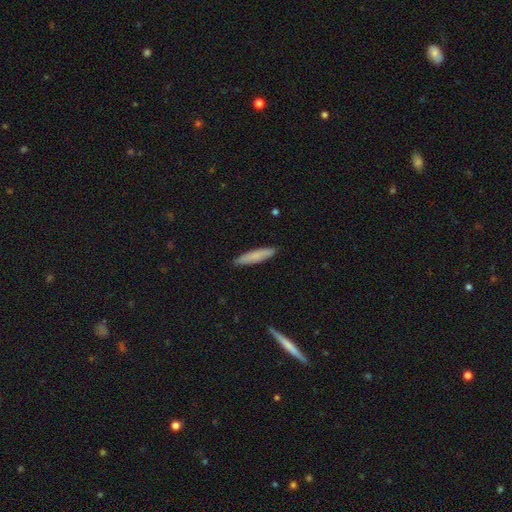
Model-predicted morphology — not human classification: smooth 77%, featured or disk 17%, star or artifact 6%. Down the decision tree: how rounded — cigar-shaped (87%); merging — none (89%).